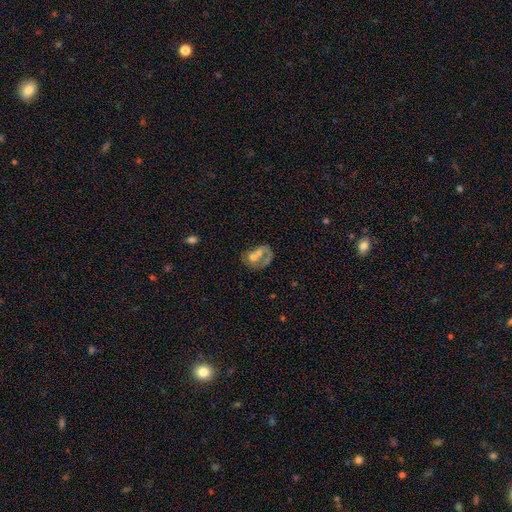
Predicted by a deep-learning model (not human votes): smooth_or_featured: featured or disk (p=0.52) [alt: smooth p=0.39]
disk_edge_on: no (p=0.98) [alt: yes p=0.02]
bar: no (p=0.83) [alt: weak p=0.13]
has_spiral_arms: no (p=0.66) [alt: yes p=0.34]
bulge_size: moderate (p=0.47) [alt: small p=0.19]
merging: merger (p=0.40) [alt: major disturbance p=0.26]